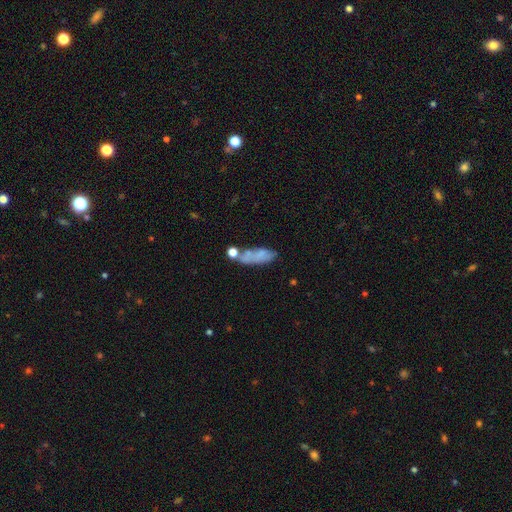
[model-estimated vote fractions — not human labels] Smooth or featured: smooth — 62% (featured or disk — 27%)
How rounded: in between — 58% (cigar-shaped — 38%)
Merging: none — 49% (minor disturbance — 22%)